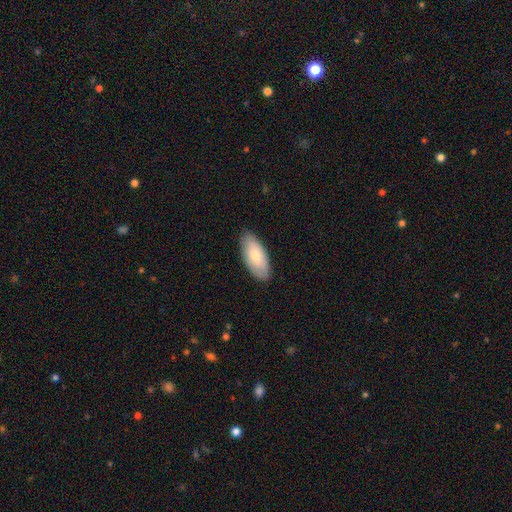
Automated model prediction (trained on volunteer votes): smooth-or-featured: smooth: 76% | featured or disk: 19% | star or artifact: 5%
  how-rounded: in between: 90% | cigar-shaped: 8% | round: 2%
  merging: none: 86% | minor disturbance: 11% | major disturbance: 2% | merger: 1%